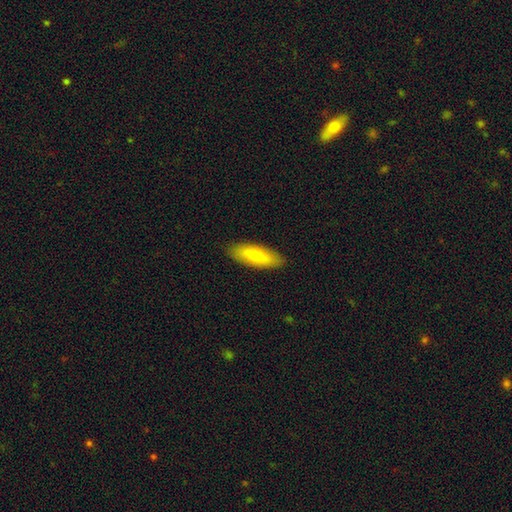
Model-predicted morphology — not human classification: Smooth or featured: smooth — 71% (featured or disk — 23%)
How rounded: in between — 68% (cigar-shaped — 30%)
Merging: none — 88% (minor disturbance — 10%)